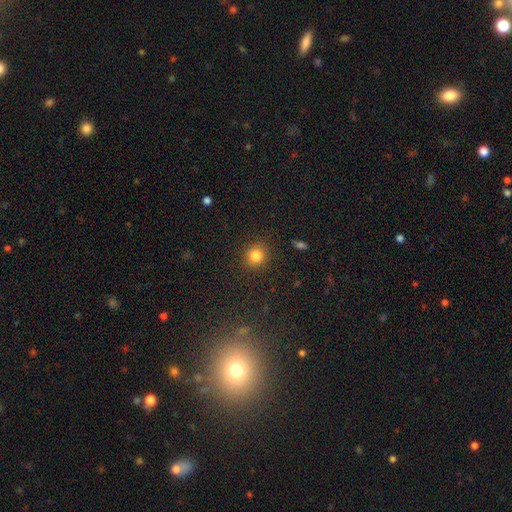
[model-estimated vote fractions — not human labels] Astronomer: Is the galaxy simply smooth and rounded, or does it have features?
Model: smooth — 83%.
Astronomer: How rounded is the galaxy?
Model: round — 88%.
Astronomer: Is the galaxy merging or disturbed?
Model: none — 89%.